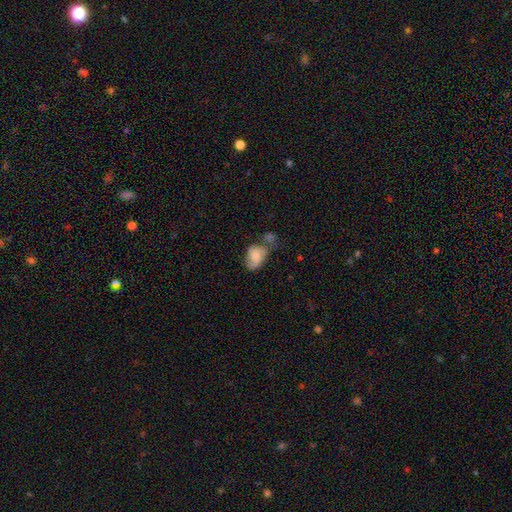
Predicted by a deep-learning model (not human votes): Q: Smooth or featured?
A: smooth (64%); runner-up: featured or disk (27%)
Q: How rounded?
A: in between (80%); runner-up: round (19%)
Q: Merging?
A: none (29%); runner-up: minor disturbance (27%)